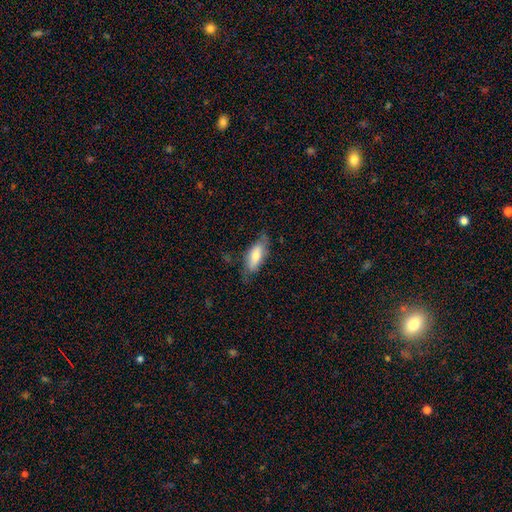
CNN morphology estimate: A smooth galaxy with no disk features (61%) that is in between round and cigar-shaped (67%). Merging: none (68%).